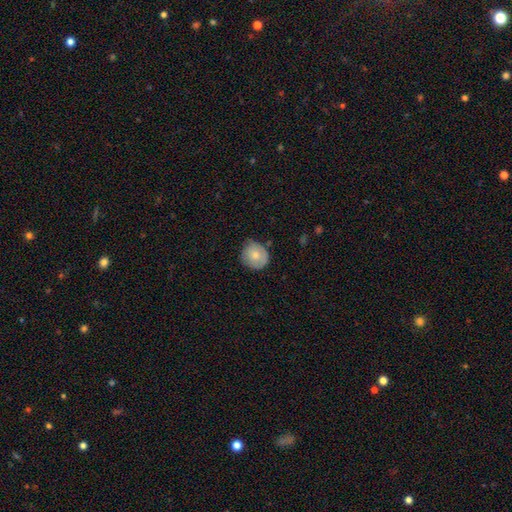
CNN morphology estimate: The model was most divided on "merging": none: 67%, minor disturbance: 27%, major disturbance: 4%, merger: 2%. More confident: how rounded — round (84%); smooth or featured — smooth (71%).